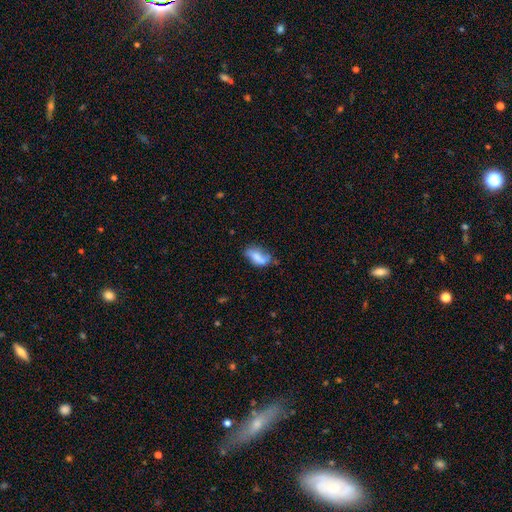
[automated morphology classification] Overall: smooth (63%; featured or disk 28%). How rounded: in between (85%). Merging: none (45%; minor disturbance 33%).